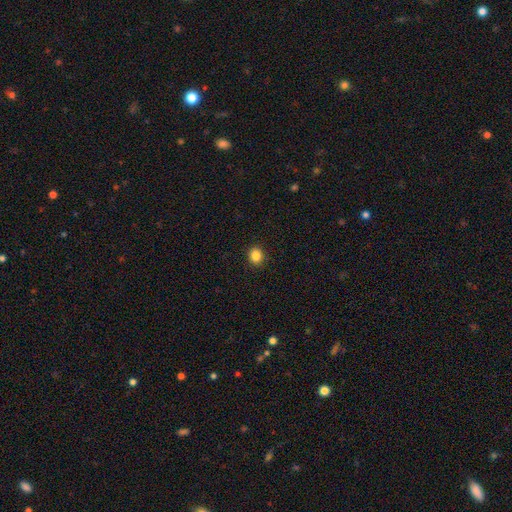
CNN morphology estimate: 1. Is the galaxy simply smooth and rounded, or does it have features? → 85% smooth, 11% star or artifact, 4% featured or disk.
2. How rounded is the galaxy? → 76% round, 23% in between, 1% cigar-shaped.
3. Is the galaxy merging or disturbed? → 92% none, 5% minor disturbance, 2% major disturbance, 1% merger.